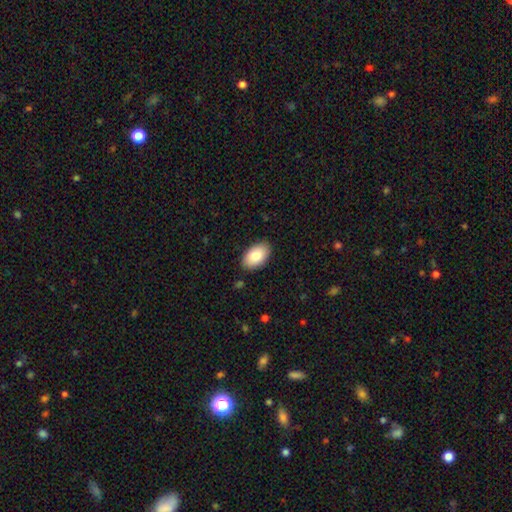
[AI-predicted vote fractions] Overall: smooth (82%). How rounded: in between (94%). Merging: none (88%).